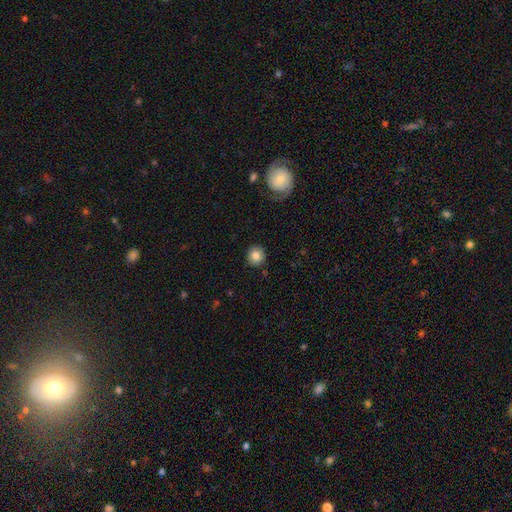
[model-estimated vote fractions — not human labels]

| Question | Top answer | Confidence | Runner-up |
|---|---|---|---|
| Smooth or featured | smooth | 82% | featured or disk (9%) |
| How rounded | round | 90% | in between (9%) |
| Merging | none | 89% | minor disturbance (7%) |